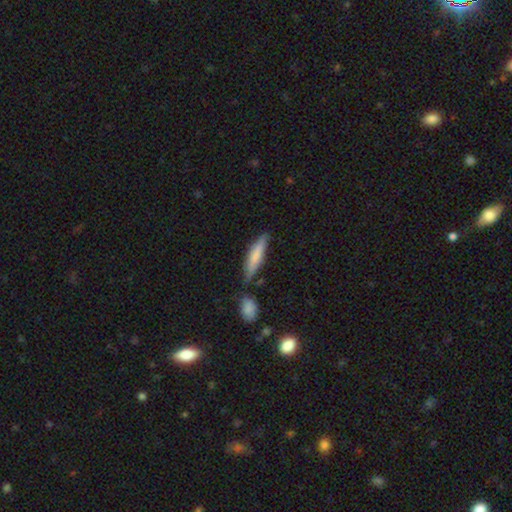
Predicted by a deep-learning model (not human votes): Smooth or featured: smooth — 71% (featured or disk — 23%)
How rounded: cigar-shaped — 80% (in between — 18%)
Merging: none — 66% (minor disturbance — 19%)